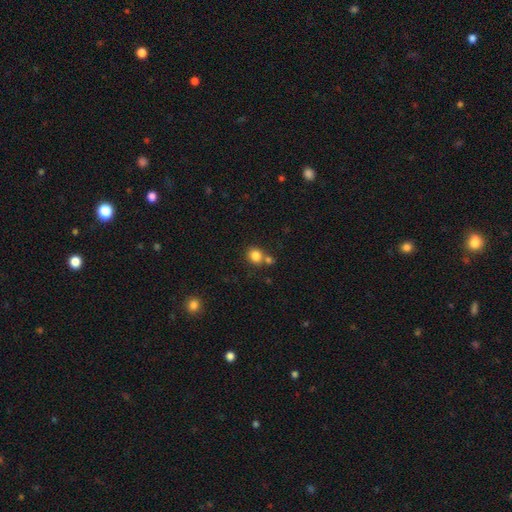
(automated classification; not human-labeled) Morphology: type=smooth (83%); roundness=round (78%); merging=none (60%).